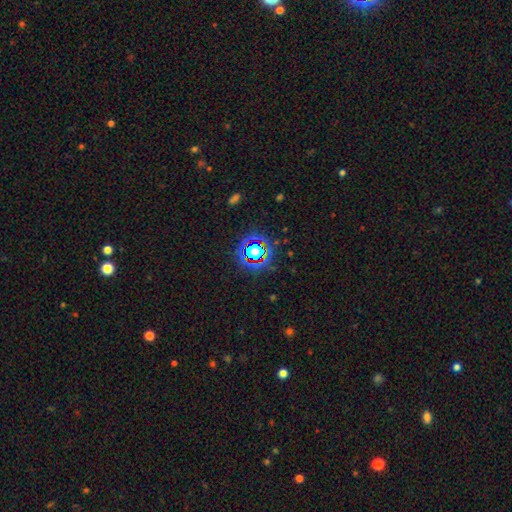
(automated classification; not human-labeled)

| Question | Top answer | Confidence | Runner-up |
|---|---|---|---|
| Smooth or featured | star or artifact | 79% | smooth (14%) |